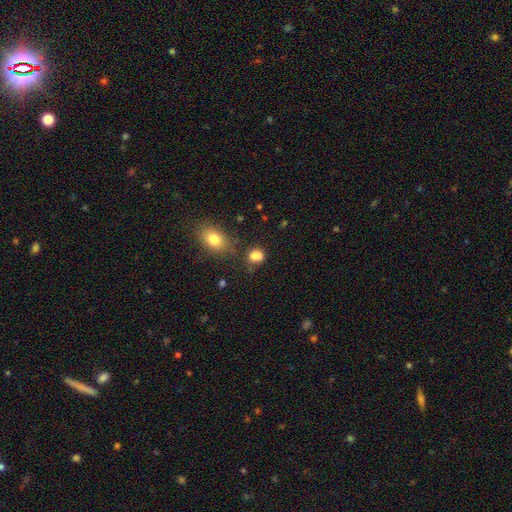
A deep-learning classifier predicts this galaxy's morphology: Smooth or featured?
  - smooth: 80% *
  - star or artifact: 13%
  - featured or disk: 7%
How rounded?
  - round: 63% *
  - in between: 35%
  - cigar-shaped: 1%
Merging?
  - none: 55% *
  - minor disturbance: 20%
  - merger: 18%
  - major disturbance: 8%